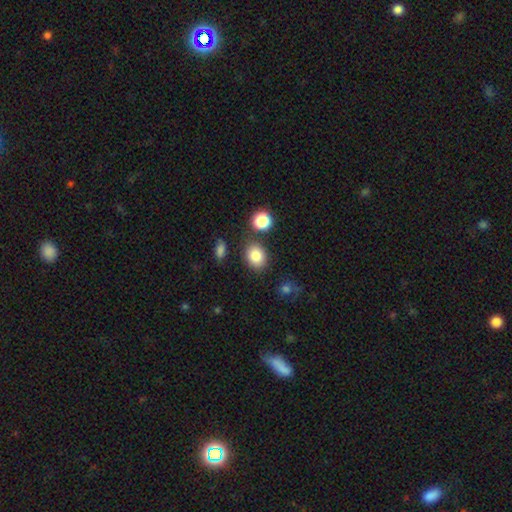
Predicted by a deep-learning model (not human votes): Smooth or featured: smooth — 83% (star or artifact — 11%)
How rounded: in between — 52% (round — 47%)
Merging: none — 77% (minor disturbance — 12%)